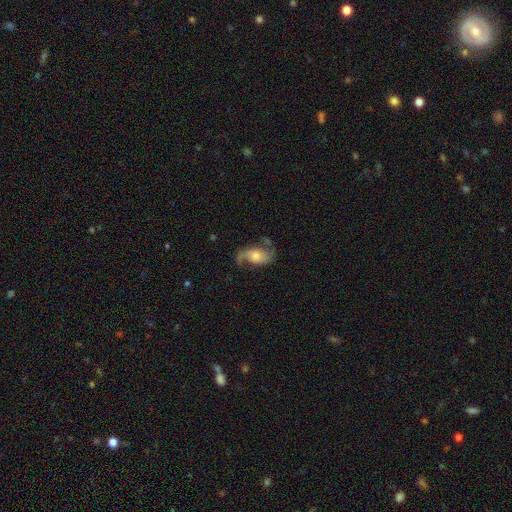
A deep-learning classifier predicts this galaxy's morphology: This is likely a featured or disk galaxy (78%). It is clearly not viewed edge-on (96%). Bar: likely no (62%). Spiral arm pattern: clearly yes (94%). Spiral arm count: clearly 2 (86%). Spiral winding: likely loose (66%). Central bulge: possibly moderate (49%). Merging: likely none (61%).